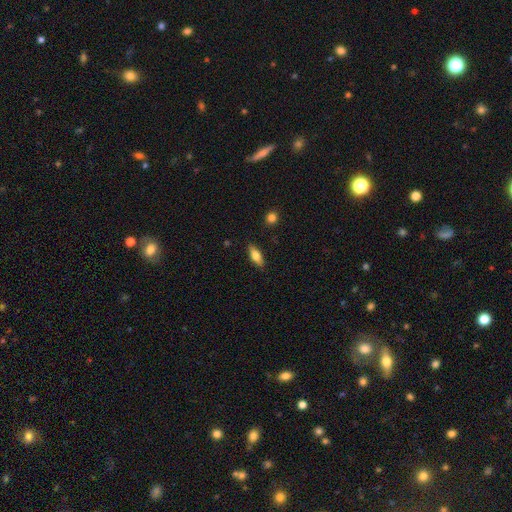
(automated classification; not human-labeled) Overall: smooth (70%). How rounded: in between (71%). Merging: none (87%).